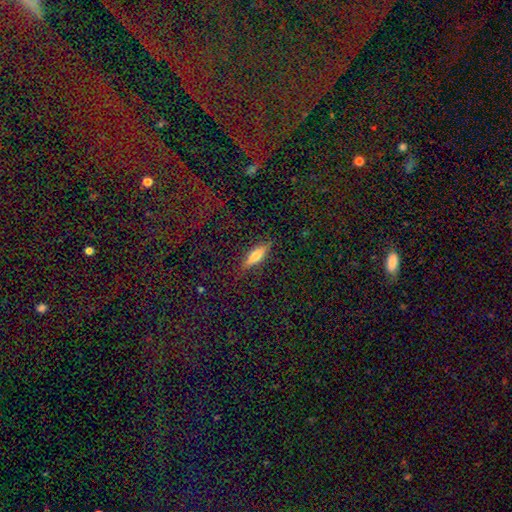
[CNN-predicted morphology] Q: Smooth or featured?
A: smooth (60%); runner-up: featured or disk (31%)
Q: How rounded?
A: cigar-shaped (65%); runner-up: in between (32%)
Q: Merging?
A: none (86%); runner-up: minor disturbance (10%)